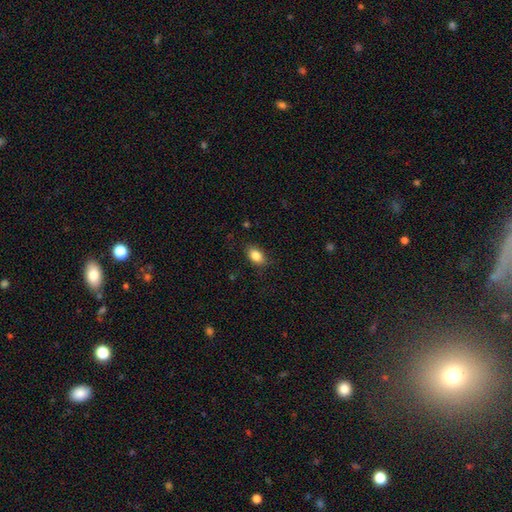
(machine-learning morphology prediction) Smooth or featured?
  - smooth: 85% *
  - star or artifact: 8%
  - featured or disk: 7%
How rounded?
  - in between: 86% *
  - round: 12%
  - cigar-shaped: 2%
Merging?
  - none: 84% *
  - minor disturbance: 12%
  - major disturbance: 3%
  - merger: 1%